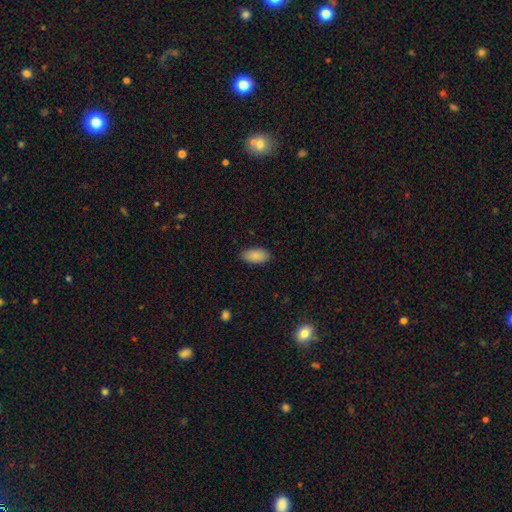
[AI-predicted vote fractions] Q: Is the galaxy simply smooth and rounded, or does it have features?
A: smooth — 89%.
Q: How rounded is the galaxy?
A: in between — 94%.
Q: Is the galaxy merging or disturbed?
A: none — 85%.